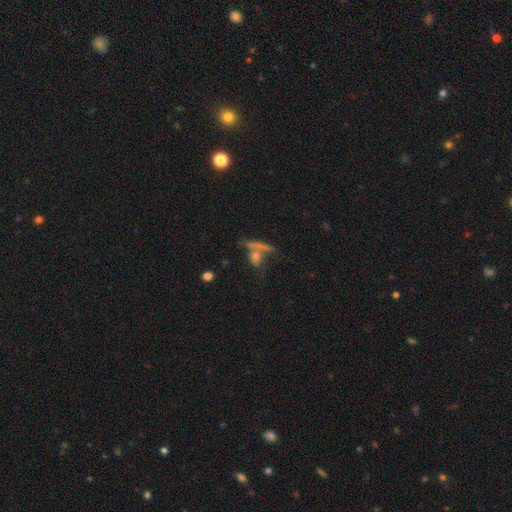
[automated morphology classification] Smooth or featured?
  - smooth: 61% *
  - featured or disk: 26%
  - star or artifact: 13%
How rounded?
  - in between: 41% *
  - round: 30%
  - cigar-shaped: 28%
Merging?
  - none: 46% *
  - merger: 34%
  - minor disturbance: 11%
  - major disturbance: 8%